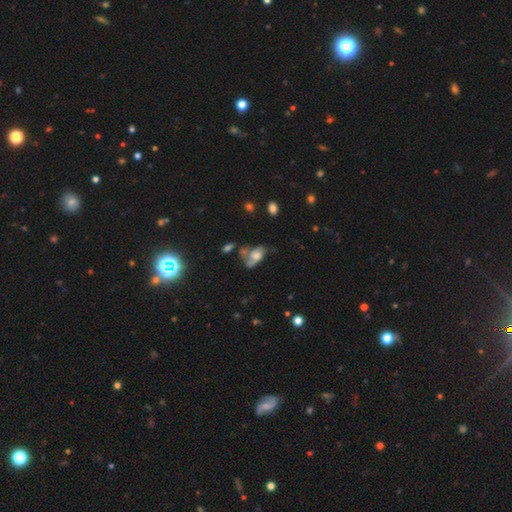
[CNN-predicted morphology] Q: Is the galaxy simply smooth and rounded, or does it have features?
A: featured or disk — 54%.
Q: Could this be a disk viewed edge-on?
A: no — 95%.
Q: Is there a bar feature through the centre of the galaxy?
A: no — 75%.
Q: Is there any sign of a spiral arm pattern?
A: yes — 68%.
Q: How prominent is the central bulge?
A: large — 35%.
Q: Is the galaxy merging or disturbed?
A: major disturbance — 32%.